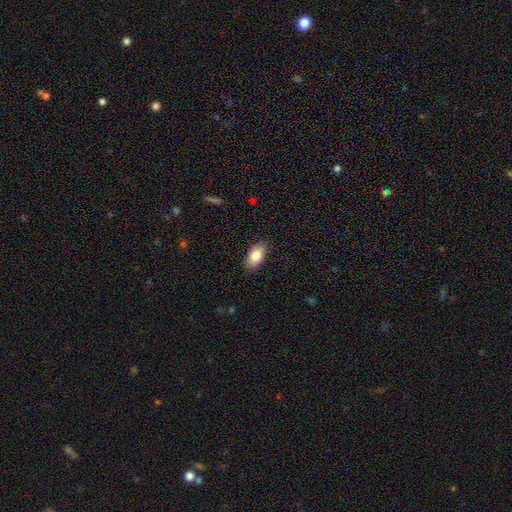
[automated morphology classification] Smooth or featured: smooth — 84% (featured or disk — 10%)
How rounded: in between — 92% (round — 4%)
Merging: none — 87% (minor disturbance — 10%)